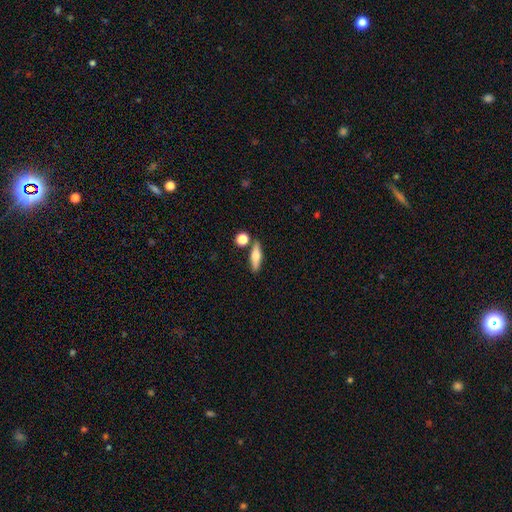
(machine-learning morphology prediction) Smooth or featured: smooth — 60% (featured or disk — 33%)
How rounded: cigar-shaped — 55% (in between — 39%)
Merging: none — 77% (merger — 10%)